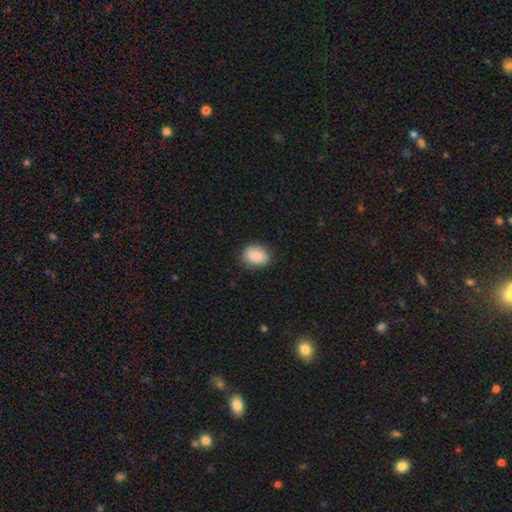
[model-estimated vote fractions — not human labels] Overall: smooth (89%). How rounded: in between (69%). Merging: none (83%).